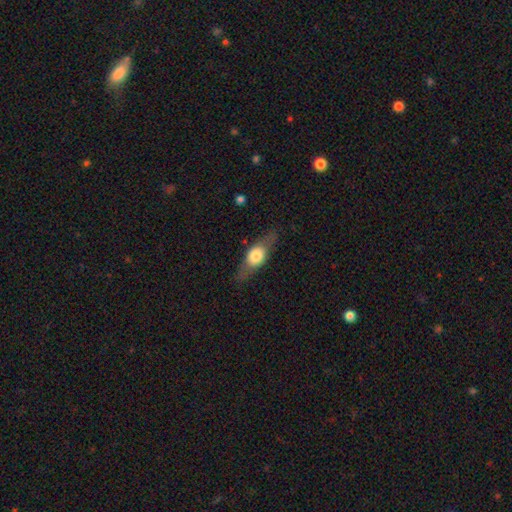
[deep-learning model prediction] Q: Smooth or featured?
A: featured or disk (47%); runner-up: smooth (46%)
Q: Merging?
A: none (79%); runner-up: minor disturbance (14%)